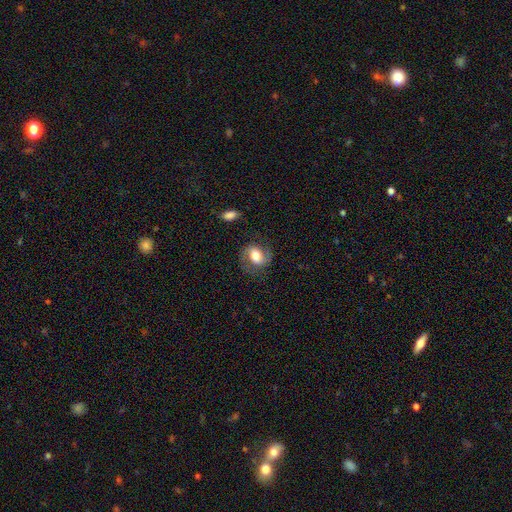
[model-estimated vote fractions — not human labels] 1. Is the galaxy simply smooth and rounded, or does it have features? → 52% featured or disk, 40% smooth, 8% star or artifact.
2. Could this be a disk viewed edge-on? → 97% no, 3% yes.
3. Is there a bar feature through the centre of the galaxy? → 40% weak, 39% no, 21% strong.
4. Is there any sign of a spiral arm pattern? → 86% yes, 14% no.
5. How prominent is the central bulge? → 51% moderate, 36% large, 7% small, 5% dominant, 2% none.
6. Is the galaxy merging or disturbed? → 72% none, 17% minor disturbance, 9% major disturbance, 2% merger.